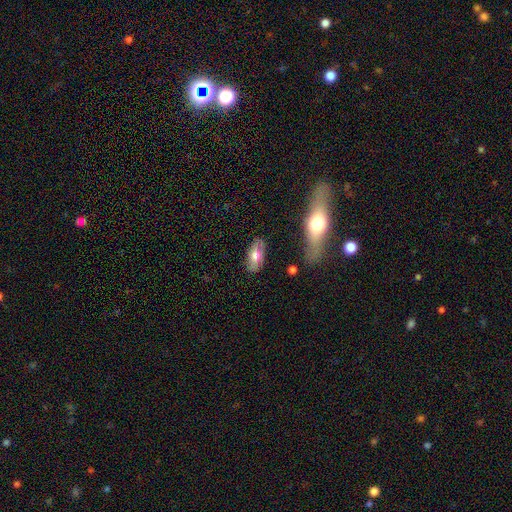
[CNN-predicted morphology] This appears to be a smooth galaxy with no disk features (62%) that is in between round and cigar-shaped (88%). Merging: none (78%).